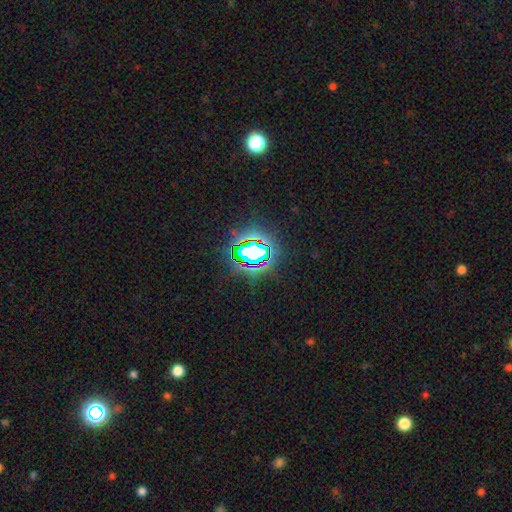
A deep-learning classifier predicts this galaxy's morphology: Smooth or featured? Predicted: star or artifact (p=0.70).